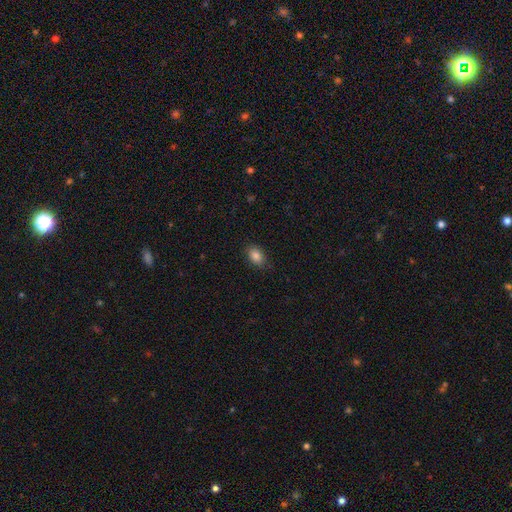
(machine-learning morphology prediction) smooth_or_featured: smooth (p=0.85) [alt: star or artifact p=0.09]
how_rounded: in between (p=0.82) [alt: round p=0.17]
merging: none (p=0.84) [alt: minor disturbance p=0.13]